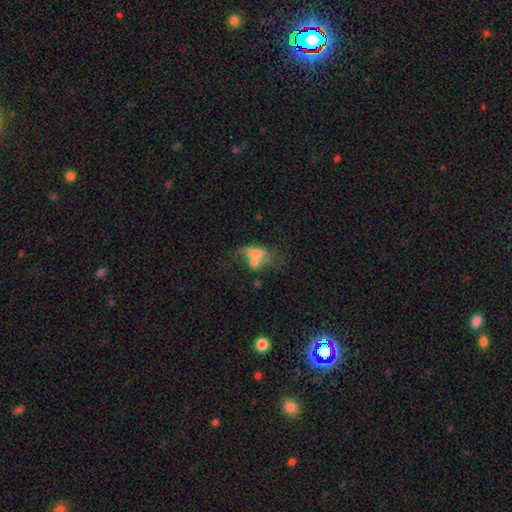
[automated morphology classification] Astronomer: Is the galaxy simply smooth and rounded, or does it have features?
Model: smooth — 47% (runner-up: featured or disk, 41%).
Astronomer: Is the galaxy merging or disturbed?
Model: merger — 46% (runner-up: major disturbance, 28%).